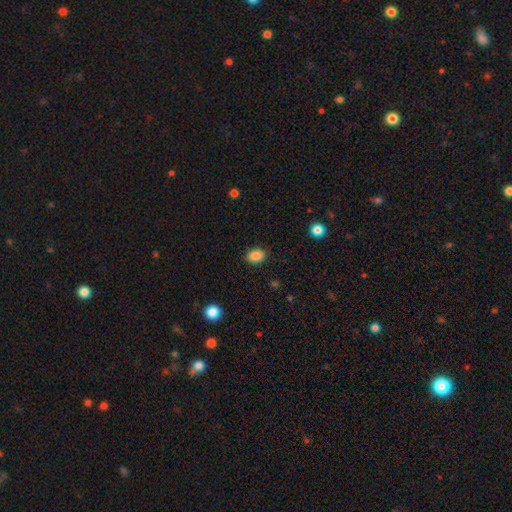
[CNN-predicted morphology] Overall: smooth (86%). How rounded: in between (62%; round 37%). Merging: none (88%).